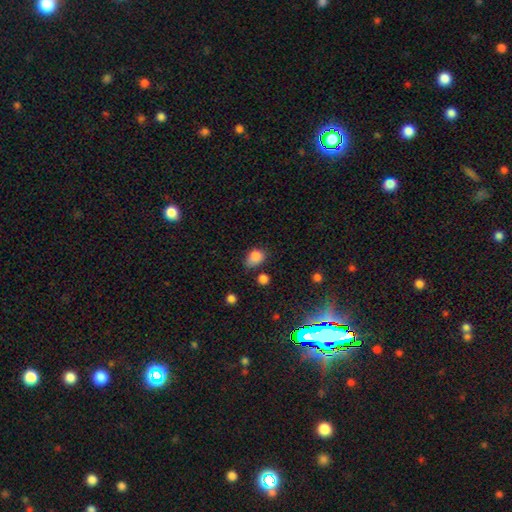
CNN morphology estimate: smooth_or_featured: smooth (p=0.82) [alt: star or artifact p=0.11]
how_rounded: in between (p=0.57) [alt: round p=0.42]
merging: none (p=0.49) [alt: minor disturbance p=0.36]